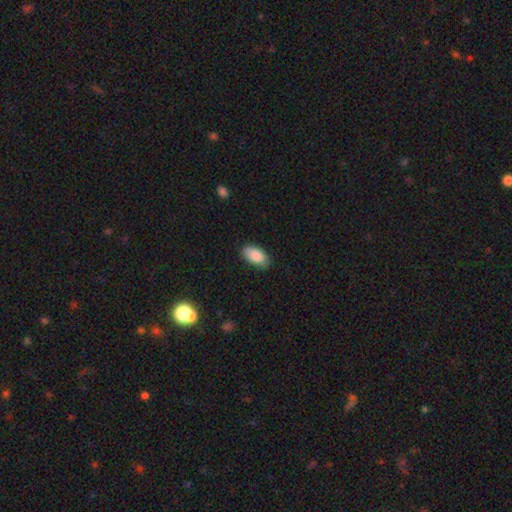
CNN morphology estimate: Smooth or featured? smooth (87%)
How rounded? in between (94%)
Merging? none (83%)